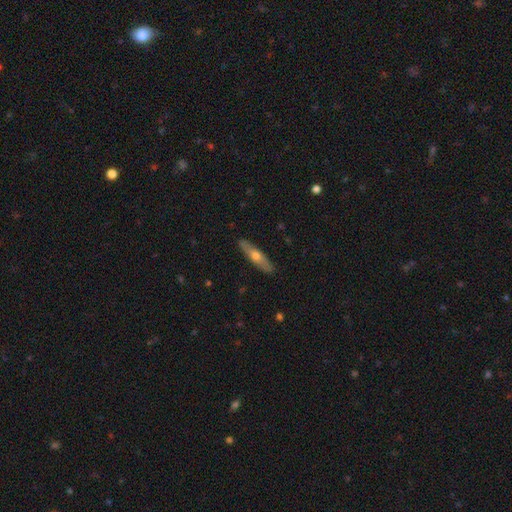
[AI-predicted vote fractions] Overall: featured or disk (48%; smooth 46%). Merging: none (89%).